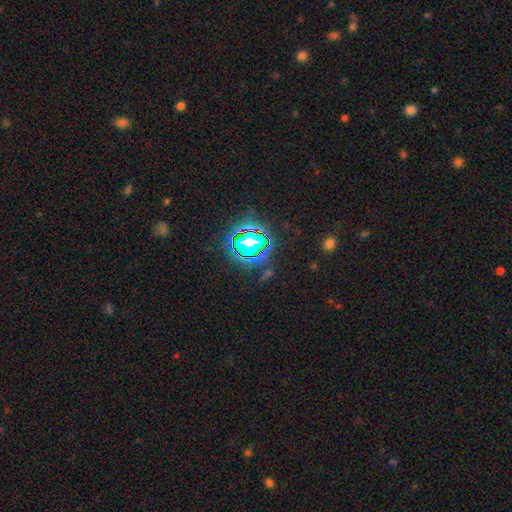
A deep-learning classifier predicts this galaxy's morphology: Smooth or featured: star or artifact — 82% (smooth — 11%)